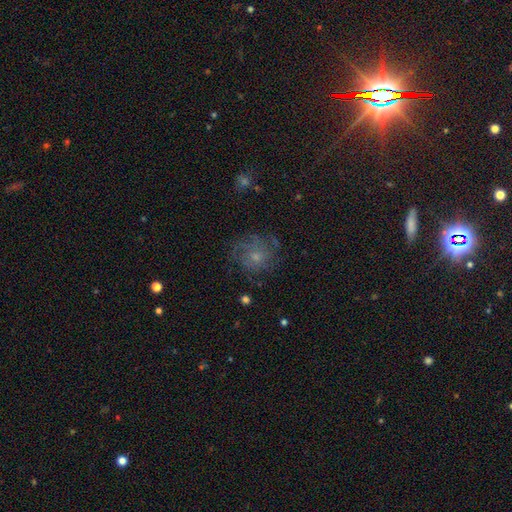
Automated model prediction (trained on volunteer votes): Smooth or featured?
  - featured or disk: 44% *
  - smooth: 41%
  - star or artifact: 15%
Merging?
  - none: 66% *
  - minor disturbance: 19%
  - major disturbance: 14%
  - merger: 2%